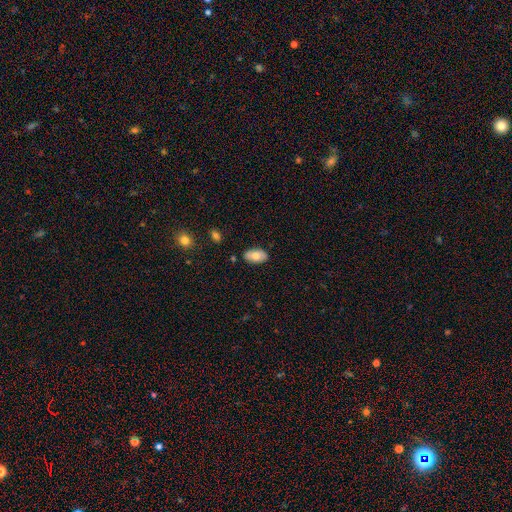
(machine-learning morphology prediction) smooth_or_featured: smooth (p=0.73) [alt: featured or disk p=0.20]
how_rounded: in between (p=0.94) [alt: round p=0.04]
merging: none (p=0.83) [alt: minor disturbance p=0.12]